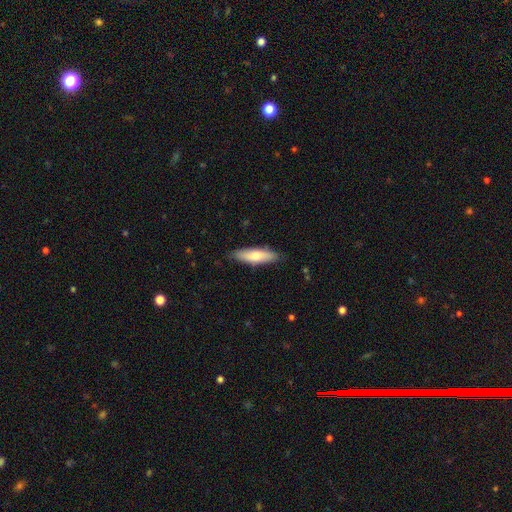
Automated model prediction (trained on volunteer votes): Smooth or featured? smooth (69%)
How rounded? cigar-shaped (59%)
Merging? none (84%)